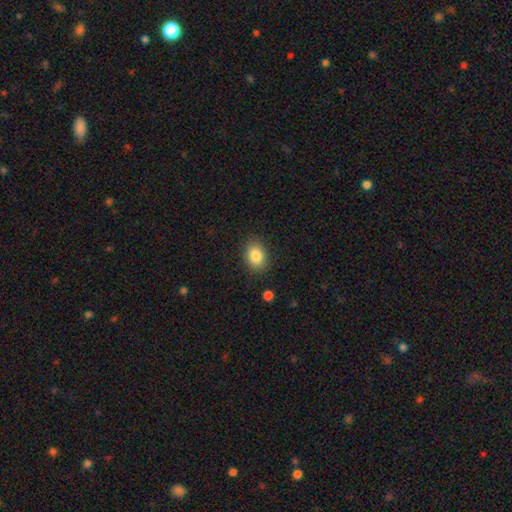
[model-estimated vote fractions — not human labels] Smooth or featured?
  - smooth: 85% *
  - star or artifact: 9%
  - featured or disk: 6%
How rounded?
  - in between: 63% *
  - round: 36%
  - cigar-shaped: 1%
Merging?
  - none: 87% *
  - minor disturbance: 9%
  - major disturbance: 3%
  - merger: 1%